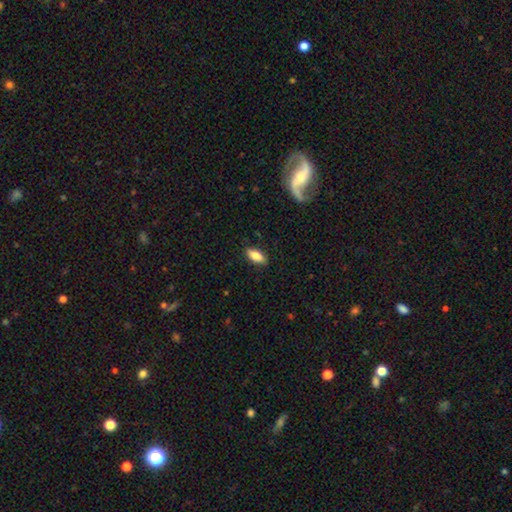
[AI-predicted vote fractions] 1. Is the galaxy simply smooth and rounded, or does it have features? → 80% smooth, 13% featured or disk, 7% star or artifact.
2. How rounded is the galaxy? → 83% in between, 14% cigar-shaped, 3% round.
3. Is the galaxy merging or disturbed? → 88% none, 9% minor disturbance, 2% major disturbance, 1% merger.